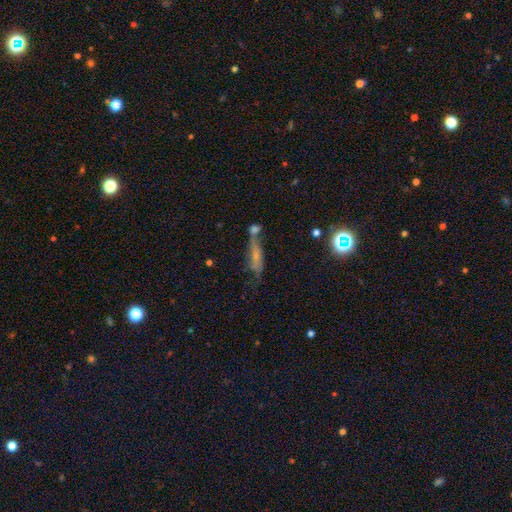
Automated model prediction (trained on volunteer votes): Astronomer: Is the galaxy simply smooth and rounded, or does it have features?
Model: smooth — 43% (runner-up: featured or disk, 39%).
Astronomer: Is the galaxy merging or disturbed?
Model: none — 40% (runner-up: merger, 29%).